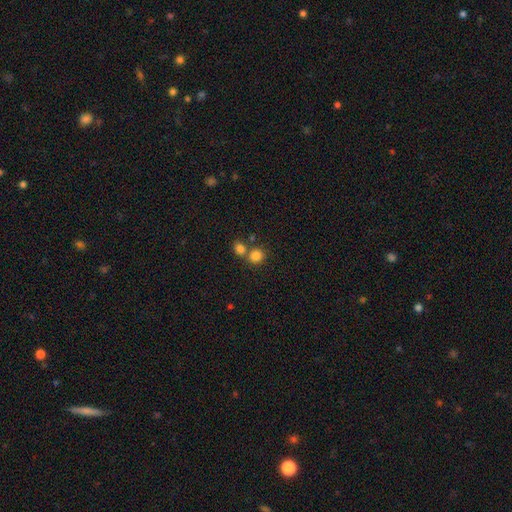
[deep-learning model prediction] This is clearly a smooth galaxy (82%). How rounded: clearly round (82%). Merging: possibly none (55%).